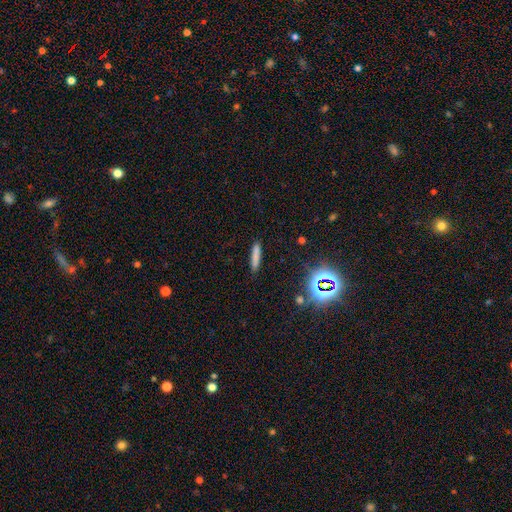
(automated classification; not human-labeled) smooth-or-featured: smooth: 77% | star or artifact: 13% | featured or disk: 10%
  how-rounded: cigar-shaped: 89% | in between: 10% | round: 2%
  merging: none: 87% | minor disturbance: 8% | major disturbance: 2% | merger: 2%